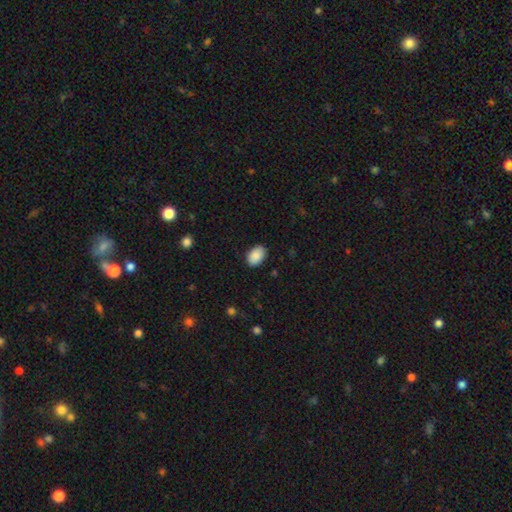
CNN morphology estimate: Smooth or featured? smooth (89%)
How rounded? in between (87%)
Merging? none (87%)